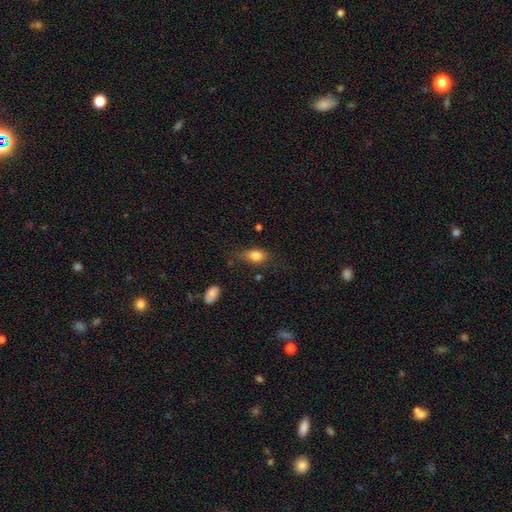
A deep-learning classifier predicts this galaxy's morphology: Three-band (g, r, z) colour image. It shows a smooth galaxy with no disk features (79%) that is in between round and cigar-shaped (78%). Merging: none (64%).